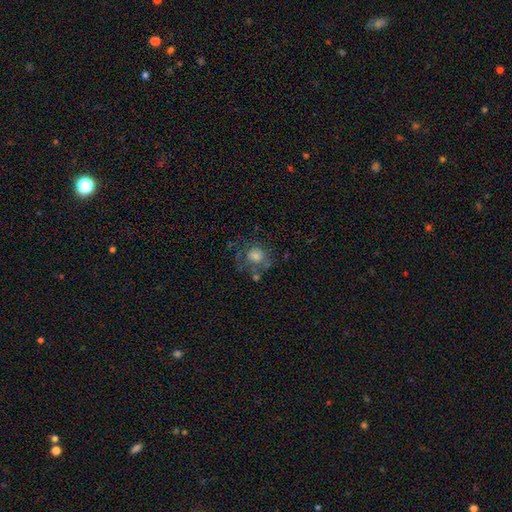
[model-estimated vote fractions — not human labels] Smooth or featured: smooth — 48% (featured or disk — 36%)
Merging: none — 52% (major disturbance — 21%)